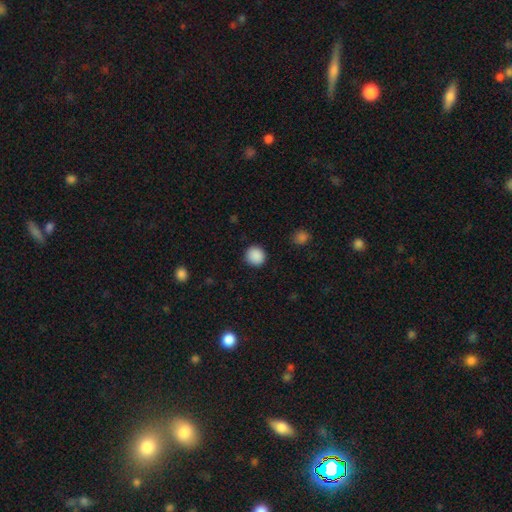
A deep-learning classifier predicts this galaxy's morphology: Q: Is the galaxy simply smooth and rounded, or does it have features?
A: smooth — 89%.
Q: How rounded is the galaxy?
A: round — 93%.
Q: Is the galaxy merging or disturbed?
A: none — 91%.